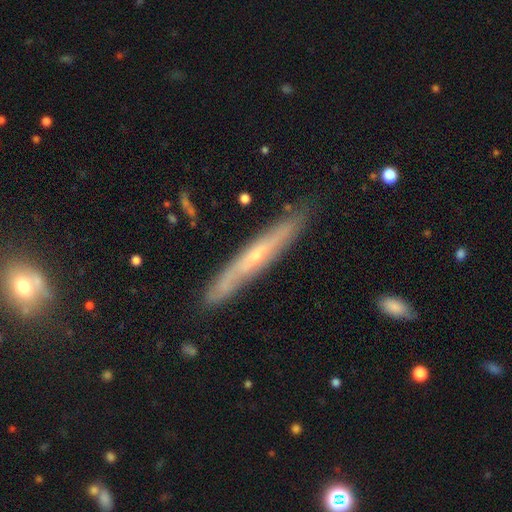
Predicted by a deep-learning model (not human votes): A featured or disk galaxy (70%) viewed edge-on (81%) with a rounded central bulge (61%).

Vote fractions:
- Smooth or featured? featured or disk: 70% / smooth: 23% / star or artifact: 7%
- Edge-on disk? yes: 81% / no: 19%
- Edge-on bulge? rounded: 61% / none: 37% / boxy: 3%
- Merging? none: 82% / minor disturbance: 14% / major disturbance: 2% / merger: 2%